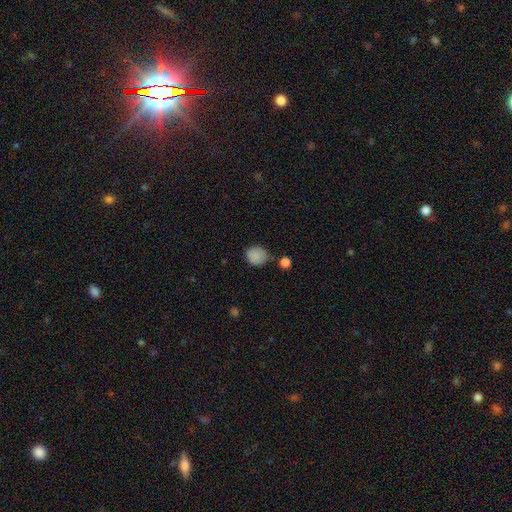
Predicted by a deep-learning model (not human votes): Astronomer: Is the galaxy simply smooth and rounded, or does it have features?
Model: smooth — 86%.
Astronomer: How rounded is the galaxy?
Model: round — 83%.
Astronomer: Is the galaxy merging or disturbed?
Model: none — 74%.